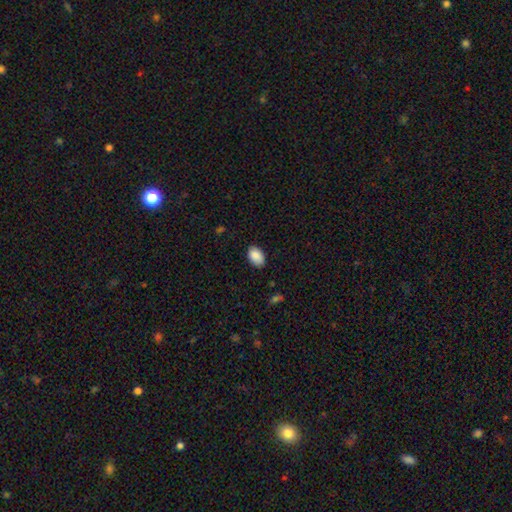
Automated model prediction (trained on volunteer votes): Morphology: type=smooth (89%); roundness=in between (90%); merging=none (85%).